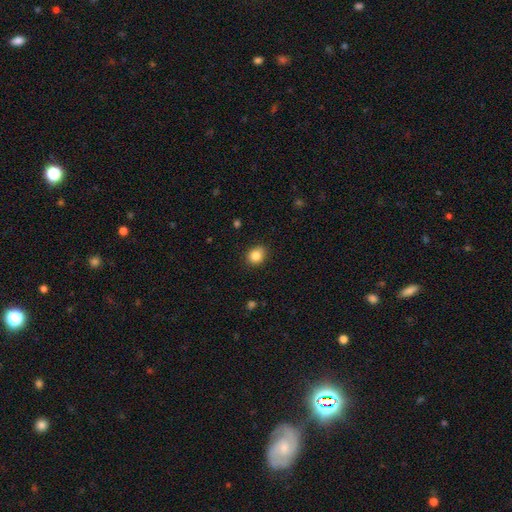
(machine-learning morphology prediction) smooth 84%, star or artifact 10%, featured or disk 6%. Down the decision tree: how rounded — round (67%); merging — none (86%).